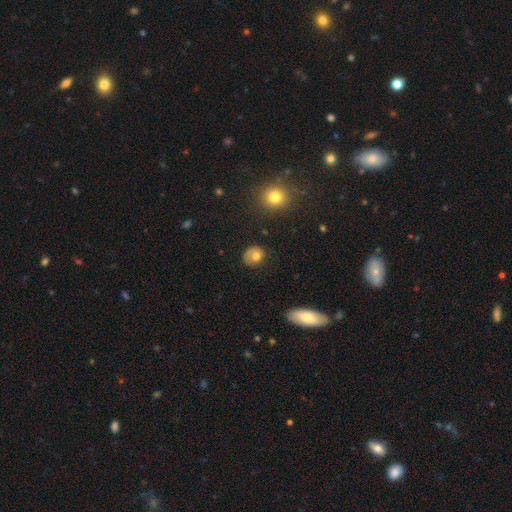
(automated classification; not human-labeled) Smooth or featured? Predicted: smooth (p=0.77). How rounded? Predicted: round (p=0.70). Merging? Predicted: none (p=0.64).